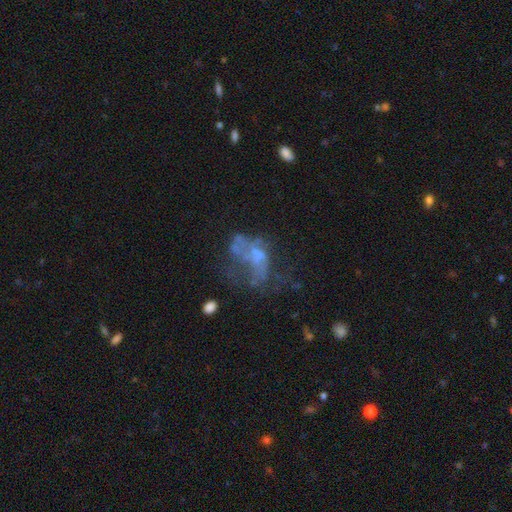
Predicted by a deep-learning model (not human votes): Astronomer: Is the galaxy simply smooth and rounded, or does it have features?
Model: featured or disk — 58%.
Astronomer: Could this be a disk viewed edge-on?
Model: no — 97%.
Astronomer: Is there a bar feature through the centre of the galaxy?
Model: no — 88%.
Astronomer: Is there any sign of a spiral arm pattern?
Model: no — 89%.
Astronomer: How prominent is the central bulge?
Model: none — 66%.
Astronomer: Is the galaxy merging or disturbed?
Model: major disturbance — 41% (runner-up: none, 27%).